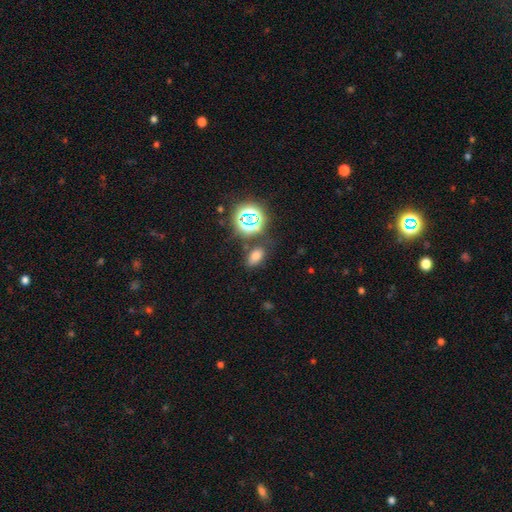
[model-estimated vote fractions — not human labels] smooth 67%, star or artifact 25%, featured or disk 8%. Down the decision tree: how rounded — in between (84%); merging — none (77%).